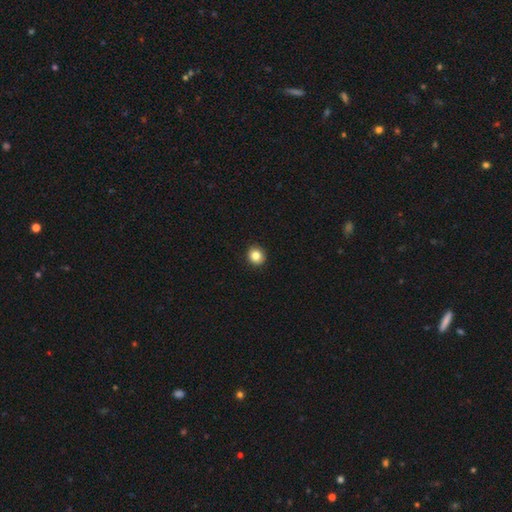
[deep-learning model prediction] smooth-or-featured: smooth: 84% | star or artifact: 10% | featured or disk: 6%
  how-rounded: round: 86% | in between: 13% | cigar-shaped: 1%
  merging: none: 92% | minor disturbance: 6% | major disturbance: 1% | merger: 1%